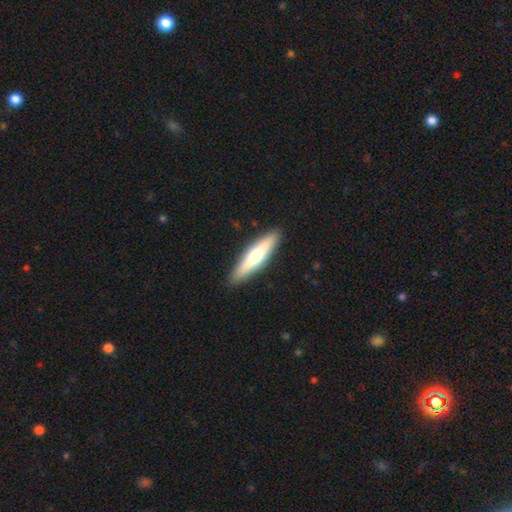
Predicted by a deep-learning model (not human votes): Smooth or featured? Predicted: smooth (p=0.56). How rounded? Predicted: cigar-shaped (p=0.80). Merging? Predicted: none (p=0.91).